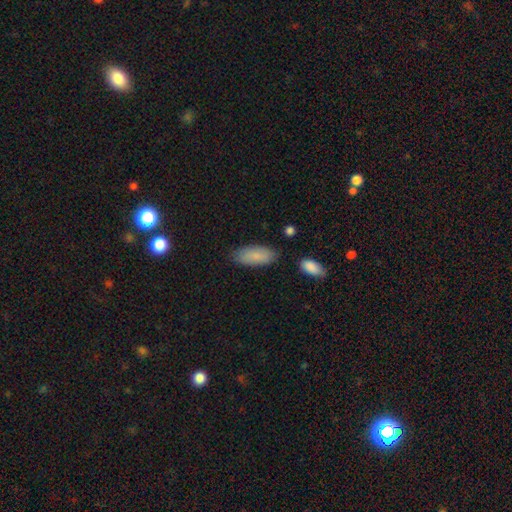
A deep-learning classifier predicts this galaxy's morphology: Smooth or featured? smooth (84%)
How rounded? in between (84%)
Merging? none (79%)